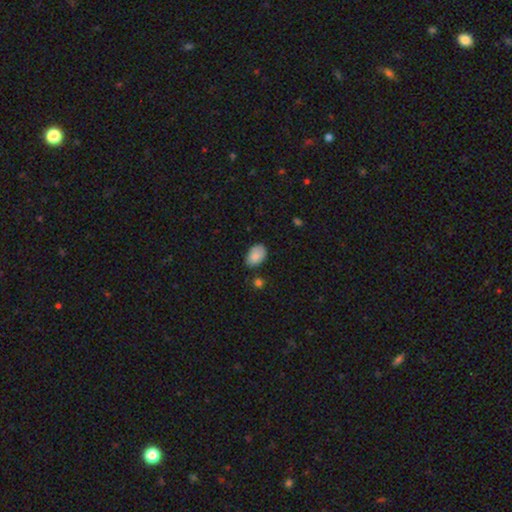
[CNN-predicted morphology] smooth 84%, featured or disk 9%, star or artifact 7%. Down the decision tree: how rounded — in between (89%); merging — none (69%).